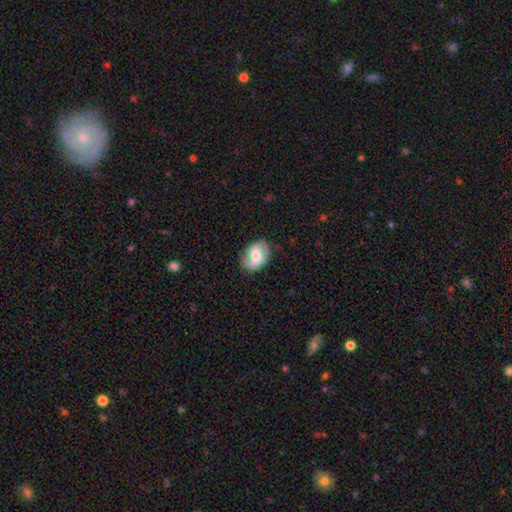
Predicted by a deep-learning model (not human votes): The model was most divided on "smooth or featured": smooth: 49%, featured or disk: 44%, star or artifact: 7%. More confident: merging — none (78%).